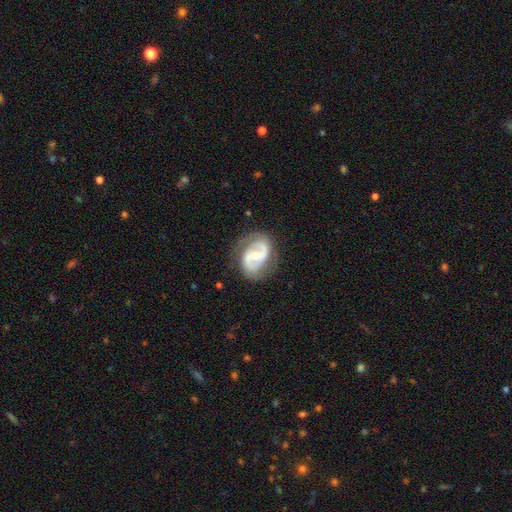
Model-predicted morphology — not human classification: A featured or disk galaxy (82%) with a weak bar (42%), 2 (86%) medium (49%) spiral arms (90%) and a moderate central bulge (58%). Merging: none (75%).